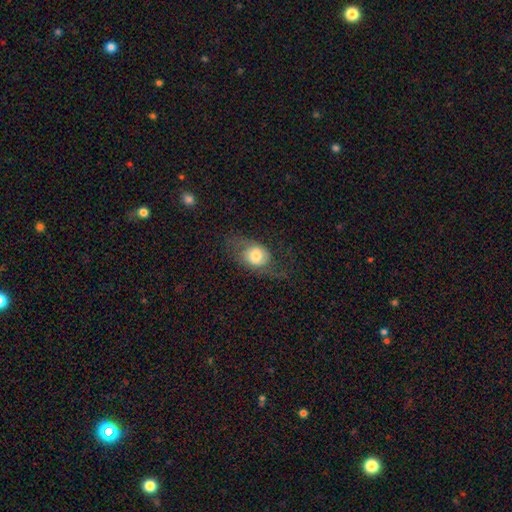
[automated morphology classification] This is possibly a smooth galaxy (59%). How rounded: possibly round (49%, tied with in between). Merging: possibly none (51%).